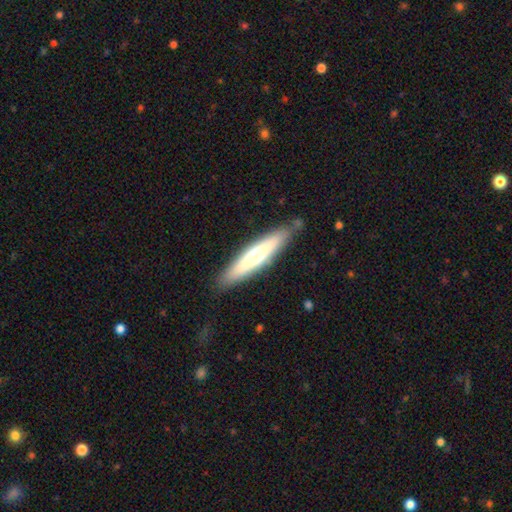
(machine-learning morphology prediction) A smooth galaxy with no disk features (54%) that is cigar-shaped (82%).

Vote fractions:
- Smooth or featured? smooth: 54% / featured or disk: 40% / star or artifact: 5%
- How rounded? cigar-shaped: 82% / in between: 17% / round: 1%
- Merging? none: 84% / minor disturbance: 11% / major disturbance: 3% / merger: 2%